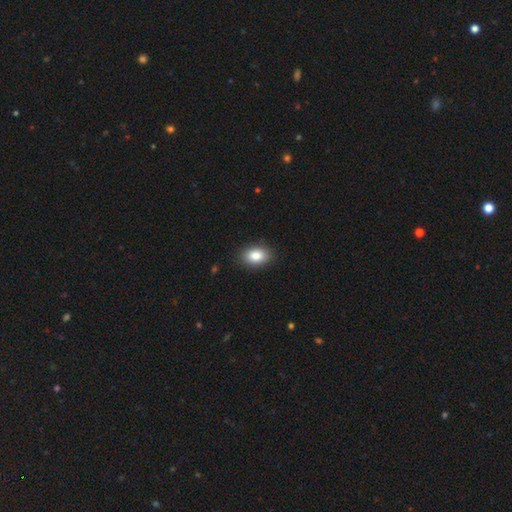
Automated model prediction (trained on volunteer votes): Morphology: type=smooth (86%); roundness=in between (84%); merging=none (87%).